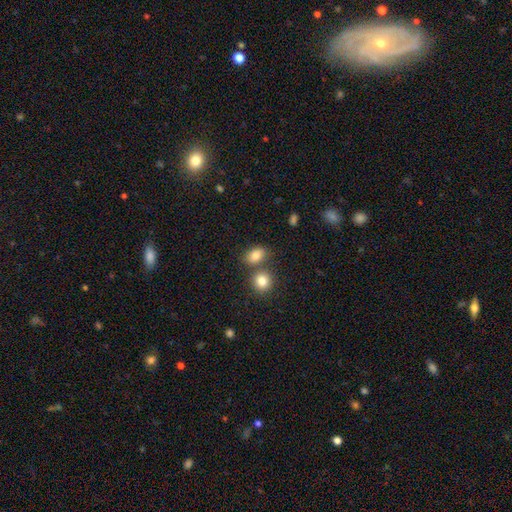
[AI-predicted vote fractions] Smooth or featured? smooth (83%)
How rounded? in between (74%)
Merging? none (62%)